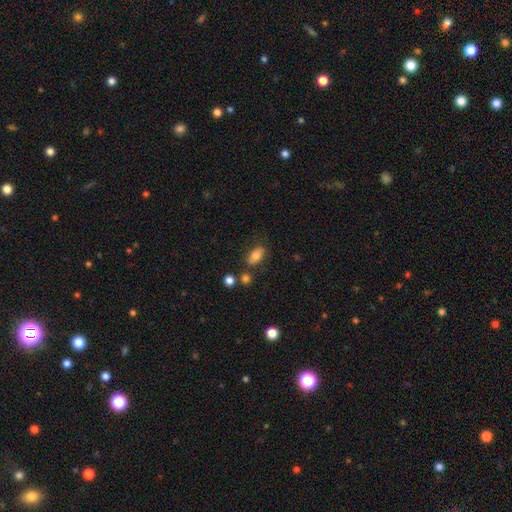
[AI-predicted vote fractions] Smooth or featured?
  - smooth: 77% *
  - featured or disk: 13%
  - star or artifact: 9%
How rounded?
  - in between: 85% *
  - round: 8%
  - cigar-shaped: 7%
Merging?
  - none: 73% *
  - minor disturbance: 15%
  - merger: 7%
  - major disturbance: 4%